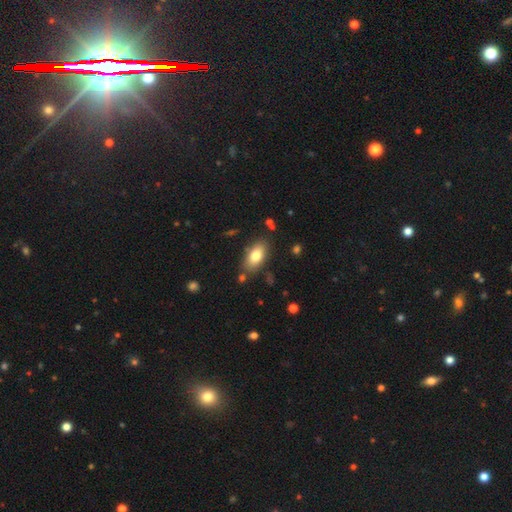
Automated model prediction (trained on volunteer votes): Smooth or featured? smooth (79%)
How rounded? in between (91%)
Merging? none (81%)